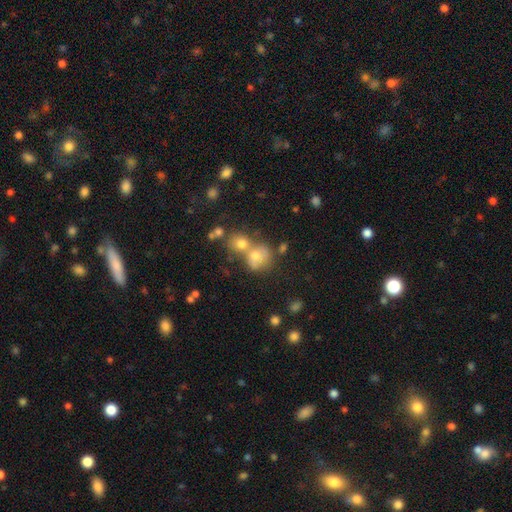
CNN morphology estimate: Smooth or featured? Predicted: smooth (p=0.65). How rounded? Predicted: round (p=0.70). Merging? Predicted: merger (p=0.49).